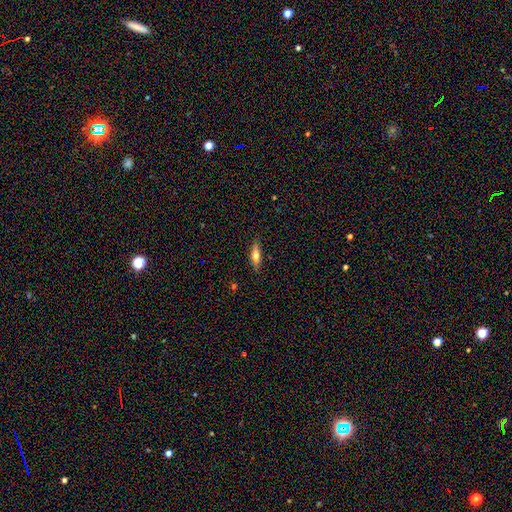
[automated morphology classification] smooth 55%, featured or disk 39%, star or artifact 7%. Down the decision tree: how rounded — cigar-shaped (57%); merging — none (86%).